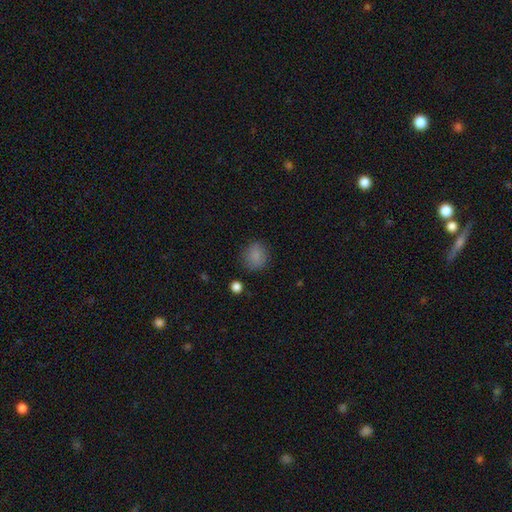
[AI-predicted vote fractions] Smooth or featured? smooth (85%)
How rounded? round (80%)
Merging? none (82%)